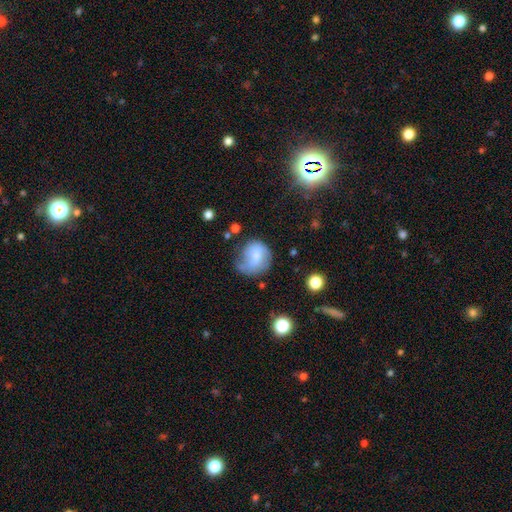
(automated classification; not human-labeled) smooth_or_featured: smooth (p=0.63) [alt: featured or disk p=0.28]
how_rounded: round (p=0.72) [alt: in between p=0.27]
merging: none (p=0.36) [alt: minor disturbance p=0.32]